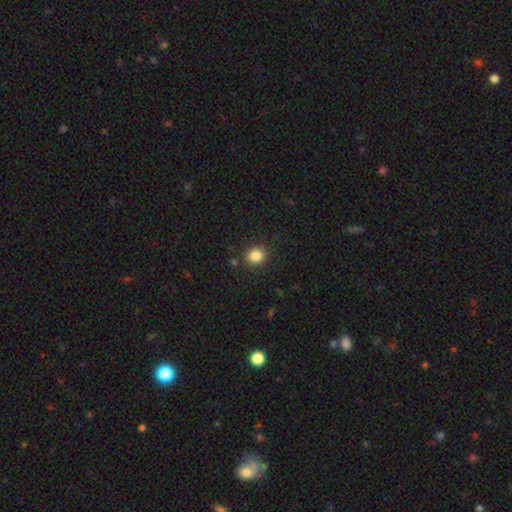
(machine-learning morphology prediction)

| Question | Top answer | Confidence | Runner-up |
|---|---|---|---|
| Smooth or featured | smooth | 84% | star or artifact (11%) |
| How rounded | round | 78% | in between (21%) |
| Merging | none | 88% | minor disturbance (8%) |